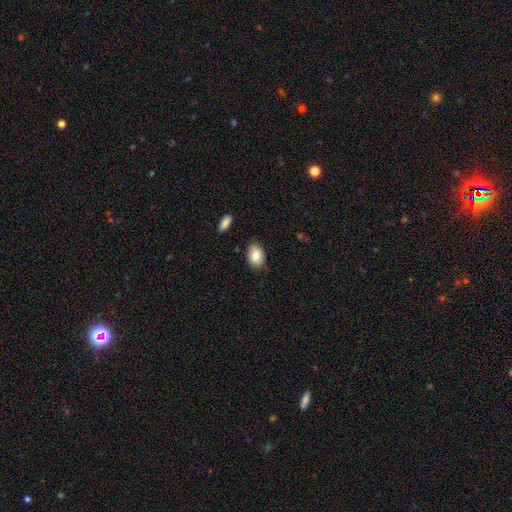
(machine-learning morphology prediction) Overall: smooth (82%). How rounded: in between (85%). Merging: none (86%).